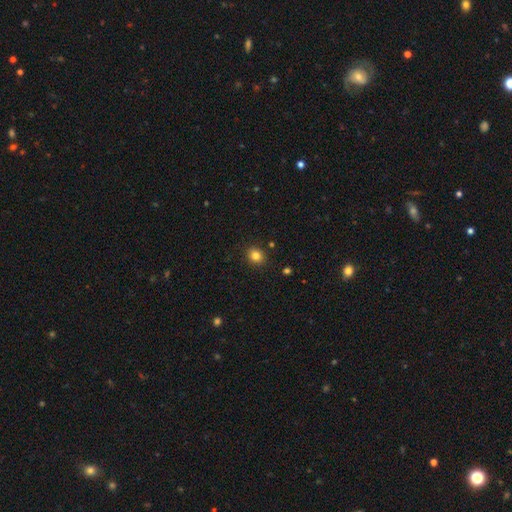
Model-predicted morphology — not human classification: Smooth or featured?
  - smooth: 82% *
  - star or artifact: 12%
  - featured or disk: 6%
How rounded?
  - round: 76% *
  - in between: 23%
  - cigar-shaped: 1%
Merging?
  - none: 89% *
  - minor disturbance: 7%
  - major disturbance: 2%
  - merger: 2%